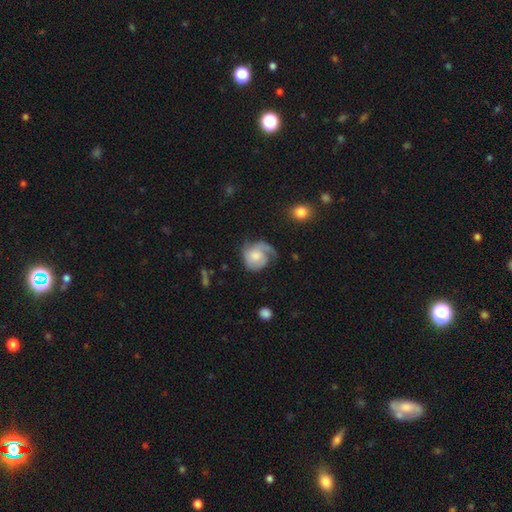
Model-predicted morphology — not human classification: smooth-or-featured: featured or disk: 60% | smooth: 33% | star or artifact: 7%
  disk-edge-on: no: 98% | yes: 2%
    bar: no: 73% | weak: 23% | strong: 3%
    has-spiral-arms: yes: 89% | no: 11%
      spiral-winding: tight: 40% | medium: 37% | loose: 23%
      spiral-arm-count: 1: 57% | 2: 24% | can't tell: 12% | 3: 5% | 4: 2% | more than 4: 2%
    bulge-size: moderate: 38% | large: 23% | small: 21% | none: 14% | dominant: 4%
  merging: none: 43% | major disturbance: 28% | minor disturbance: 26% | merger: 2%